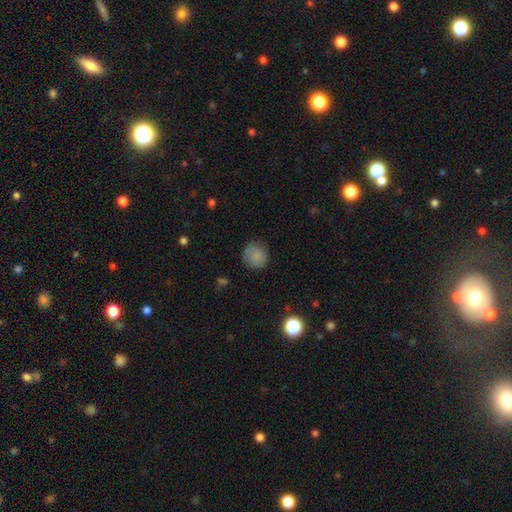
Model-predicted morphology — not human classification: A smooth galaxy with no disk features (79%) that is round (89%). Merging: none (77%).